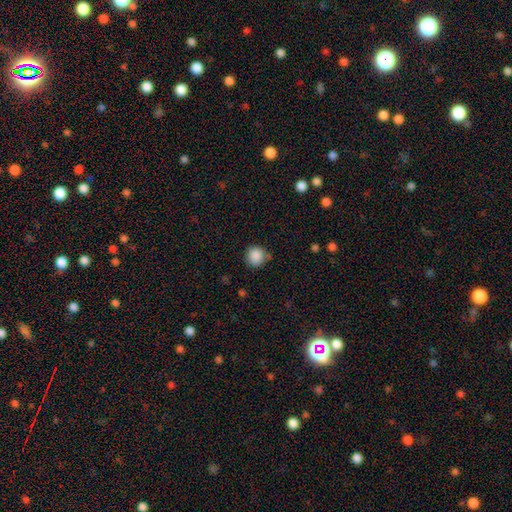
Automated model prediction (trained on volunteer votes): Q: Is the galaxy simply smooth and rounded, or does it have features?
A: smooth — 88%.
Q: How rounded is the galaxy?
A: round — 93%.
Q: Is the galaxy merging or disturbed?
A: none — 80%.